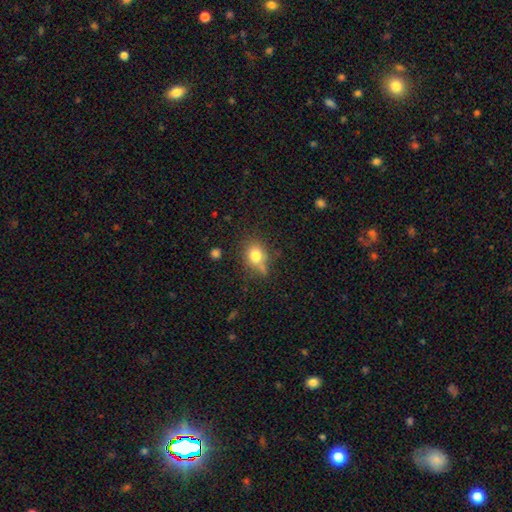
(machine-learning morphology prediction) Overall: smooth (77%). How rounded: round (59%; in between 39%). Merging: none (63%).